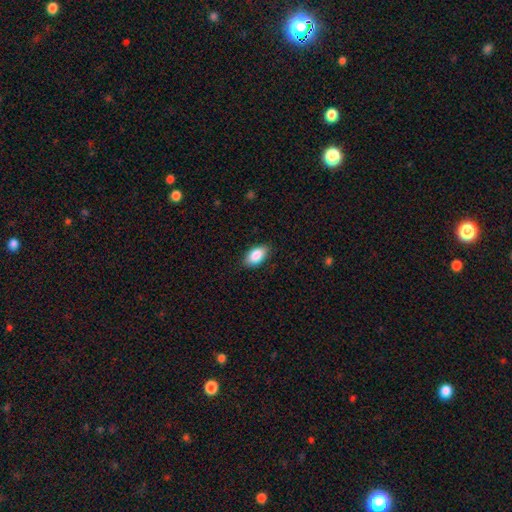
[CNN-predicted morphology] Smooth or featured? Predicted: smooth (p=0.87). How rounded? Predicted: in between (p=0.93). Merging? Predicted: none (p=0.85).